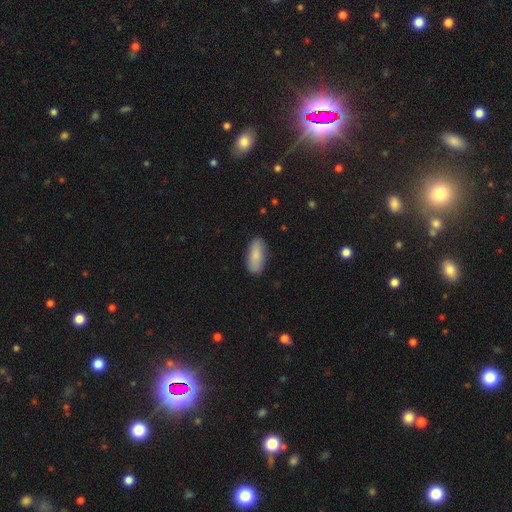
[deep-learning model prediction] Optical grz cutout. It shows a smooth galaxy with no disk features (84%) that is in between round and cigar-shaped (80%). Merging: none (85%).